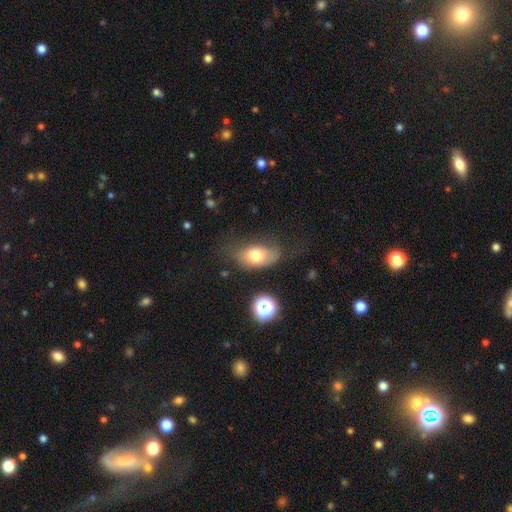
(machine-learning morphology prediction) smooth 71%, featured or disk 19%, star or artifact 10%. Down the decision tree: how rounded — in between (85%); merging — none (59%).